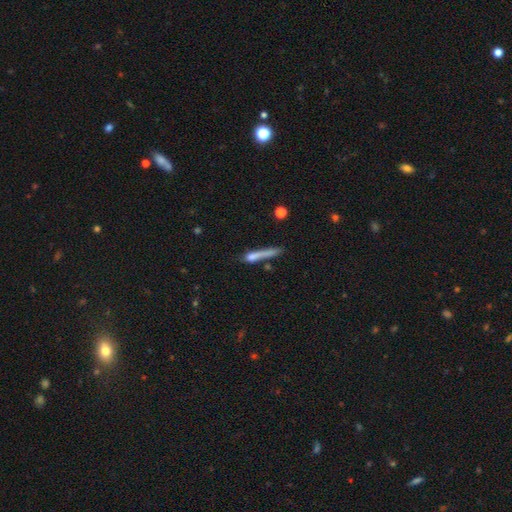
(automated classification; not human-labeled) smooth_or_featured: smooth (p=0.65) [alt: featured or disk p=0.26]
how_rounded: cigar-shaped (p=0.88) [alt: in between p=0.08]
merging: none (p=0.49) [alt: minor disturbance p=0.22]